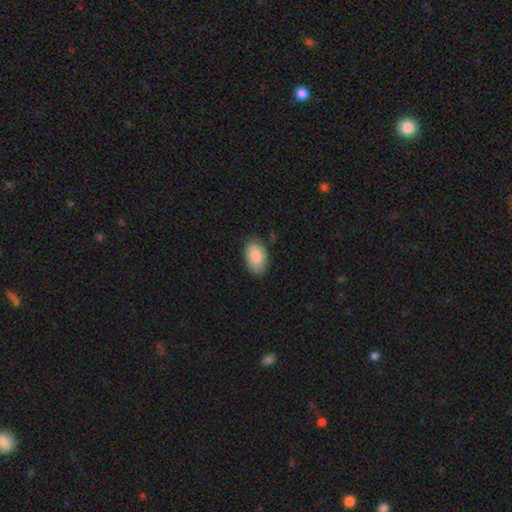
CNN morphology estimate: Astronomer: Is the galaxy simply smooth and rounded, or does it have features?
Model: smooth — 86%.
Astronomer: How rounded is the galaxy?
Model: in between — 92%.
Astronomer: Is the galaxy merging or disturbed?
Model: none — 76%.